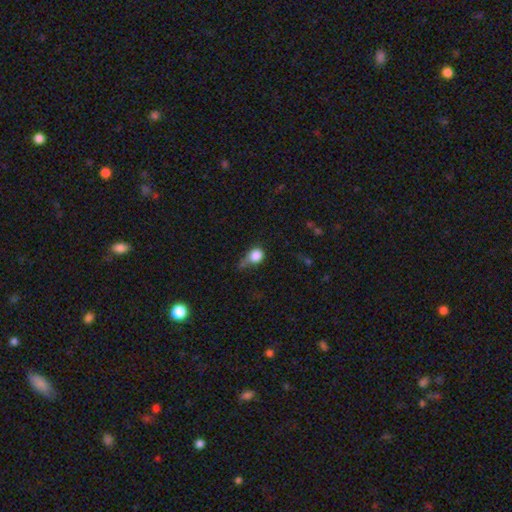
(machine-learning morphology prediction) A smooth galaxy with no disk features (83%) that is round (72%).

Vote fractions:
- Smooth or featured? smooth: 83% / star or artifact: 10% / featured or disk: 7%
- How rounded? round: 72% / in between: 26% / cigar-shaped: 2%
- Merging? minor disturbance: 35% (tied) / none: 35% (tied) / major disturbance: 20% / merger: 10%